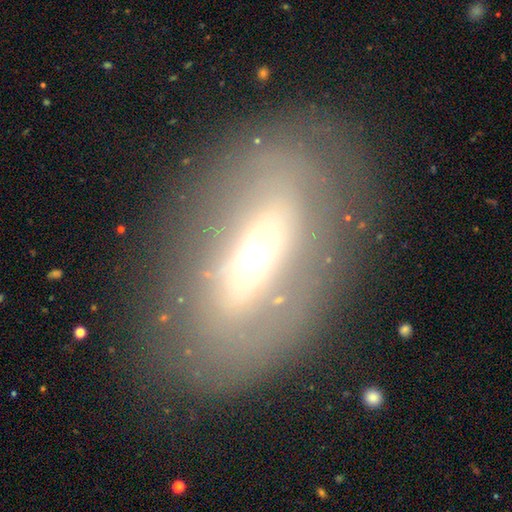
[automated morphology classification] A featured or disk galaxy (56%).

Vote fractions:
- Smooth or featured? featured or disk: 56% / smooth: 34% / star or artifact: 10%
- Edge-on disk? no: 83% / yes: 17%
- Merging? none: 76% / minor disturbance: 14% / major disturbance: 8% / merger: 2%